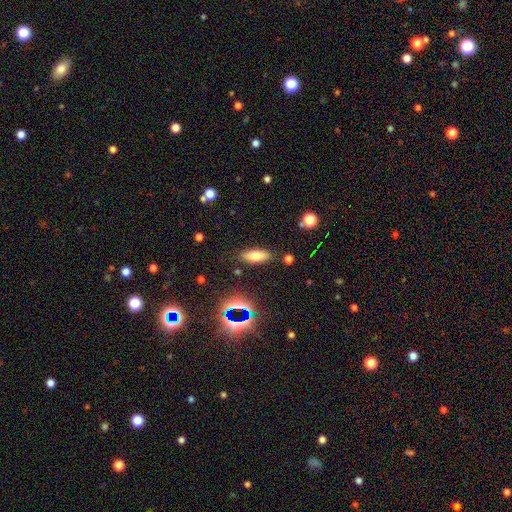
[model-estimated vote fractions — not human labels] Smooth or featured? Predicted: smooth (p=0.72). How rounded? Predicted: in between (p=0.73). Merging? Predicted: none (p=0.84).